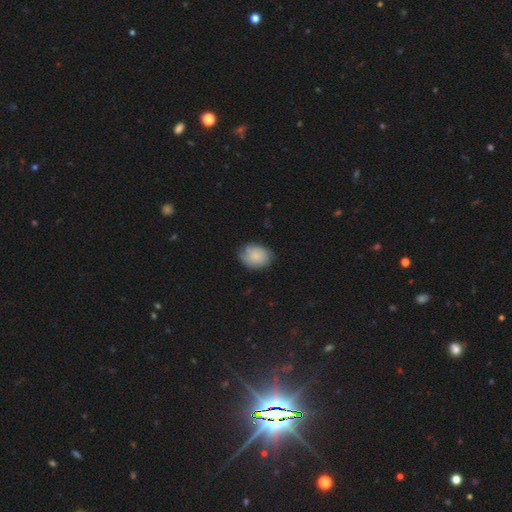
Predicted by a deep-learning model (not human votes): Smooth or featured?
  - smooth: 76% *
  - featured or disk: 17%
  - star or artifact: 7%
How rounded?
  - in between: 61% *
  - round: 38%
  - cigar-shaped: 1%
Merging?
  - none: 66% *
  - minor disturbance: 26%
  - major disturbance: 6%
  - merger: 1%